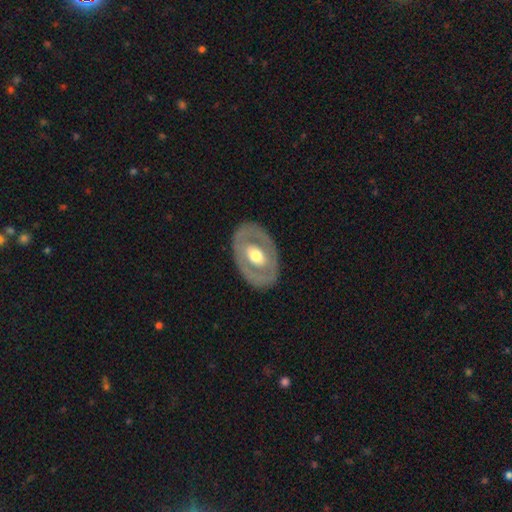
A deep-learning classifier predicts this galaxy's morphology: Q: Smooth or featured?
A: featured or disk (60%); runner-up: smooth (36%)
Q: Edge-on disk?
A: no (91%); runner-up: yes (9%)
Q: Bar?
A: no (72%); runner-up: weak (19%)
Q: Spiral arms?
A: no (86%); runner-up: yes (14%)
Q: Bulge size?
A: moderate (63%); runner-up: large (28%)
Q: Merging?
A: none (82%); runner-up: minor disturbance (12%)